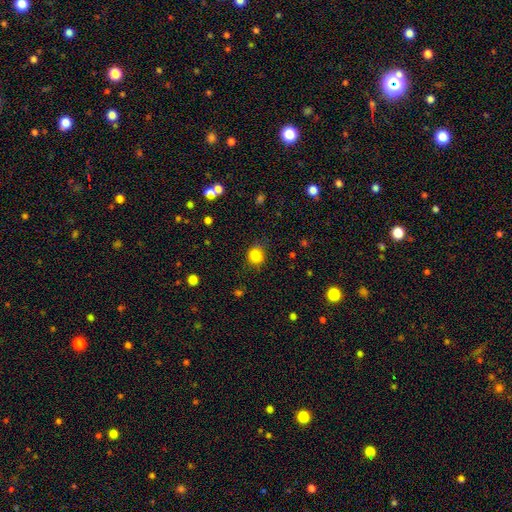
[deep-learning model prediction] smooth-or-featured: smooth: 85% | star or artifact: 11% | featured or disk: 4%
  how-rounded: round: 80% | in between: 19% | cigar-shaped: 1%
  merging: none: 77% | minor disturbance: 17% | major disturbance: 5% | merger: 2%